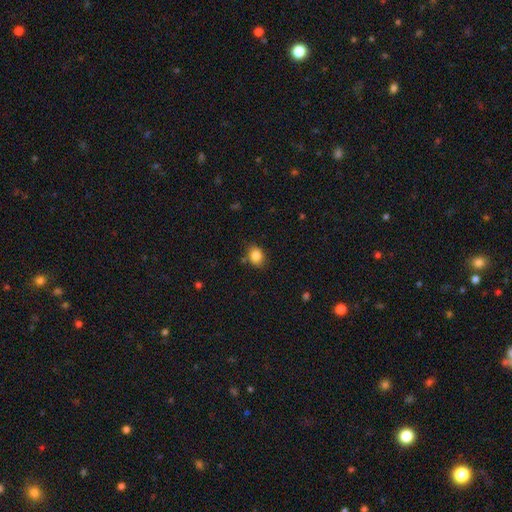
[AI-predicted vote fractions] The model was most divided on "how rounded": in between: 52%, round: 47%, cigar-shaped: 1%. More confident: smooth or featured — smooth (85%); merging — none (79%).